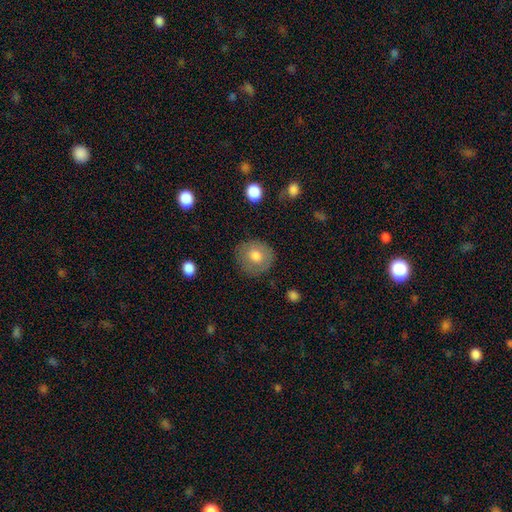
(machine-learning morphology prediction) type=smooth (72%); roundness=round (88%); merging=none (83%).